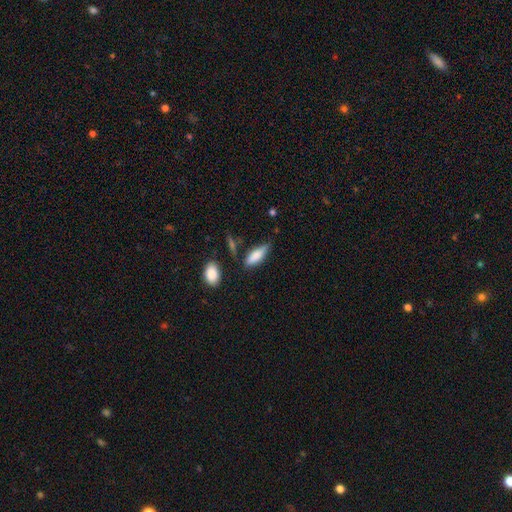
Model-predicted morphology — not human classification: smooth 80%, featured or disk 13%, star or artifact 7%. Down the decision tree: how rounded — in between (63%); merging — none (62%).